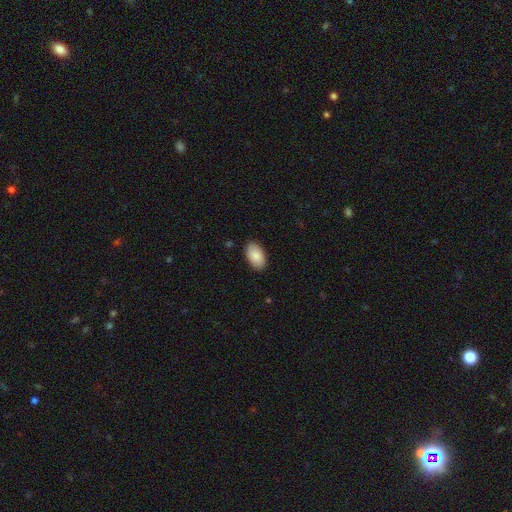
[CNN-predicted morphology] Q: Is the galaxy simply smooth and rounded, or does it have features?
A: smooth — 89%.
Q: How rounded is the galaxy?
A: in between — 95%.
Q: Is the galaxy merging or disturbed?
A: none — 88%.